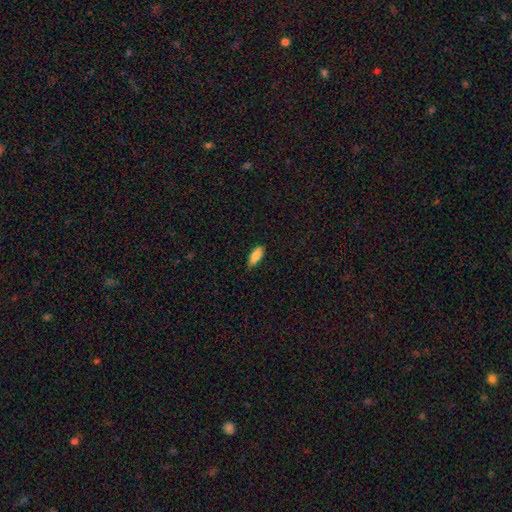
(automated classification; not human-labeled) smooth-or-featured: smooth: 86% | featured or disk: 7% | star or artifact: 7%
  how-rounded: in between: 77% | cigar-shaped: 21% | round: 2%
  merging: none: 80% | minor disturbance: 16% | major disturbance: 2% | merger: 1%